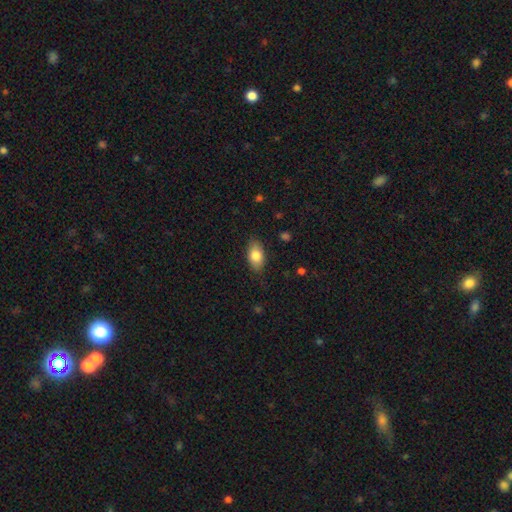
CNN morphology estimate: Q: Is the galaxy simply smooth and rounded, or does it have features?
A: smooth — 81%.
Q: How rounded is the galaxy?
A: in between — 90%.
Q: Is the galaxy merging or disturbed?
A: none — 84%.